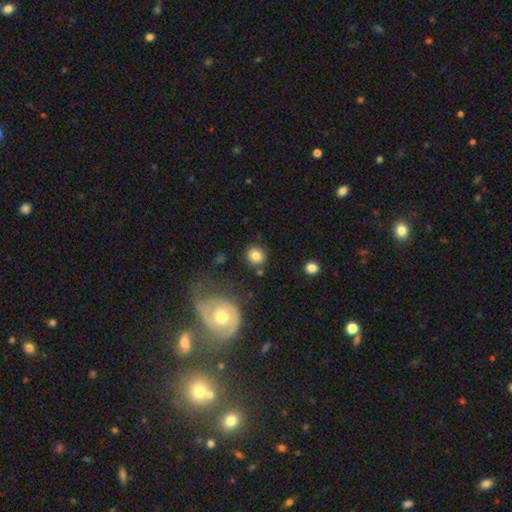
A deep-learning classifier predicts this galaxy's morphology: Smooth or featured: smooth — 82% (star or artifact — 9%)
How rounded: round — 80% (in between — 19%)
Merging: none — 83% (minor disturbance — 9%)